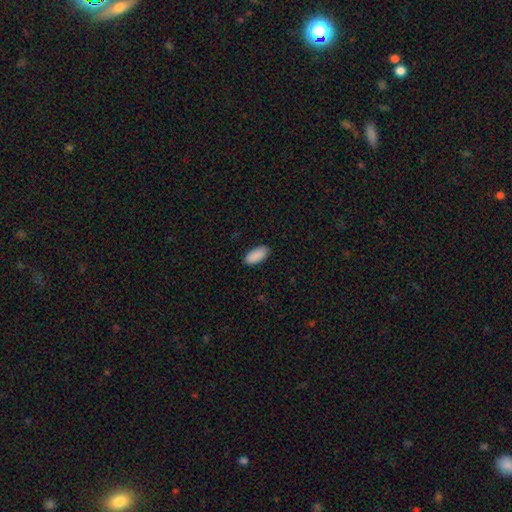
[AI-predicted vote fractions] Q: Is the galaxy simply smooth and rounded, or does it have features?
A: smooth — 91%.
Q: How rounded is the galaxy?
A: in between — 91%.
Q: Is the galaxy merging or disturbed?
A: none — 89%.